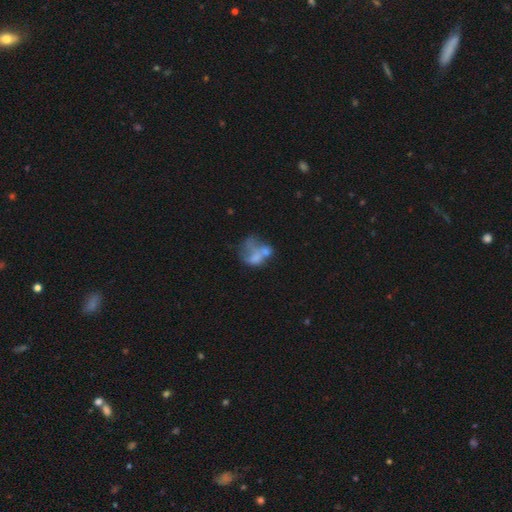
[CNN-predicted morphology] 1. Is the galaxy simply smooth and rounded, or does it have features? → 49% smooth, 39% featured or disk, 12% star or artifact.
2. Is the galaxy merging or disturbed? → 43% merger, 26% major disturbance, 18% none, 13% minor disturbance.